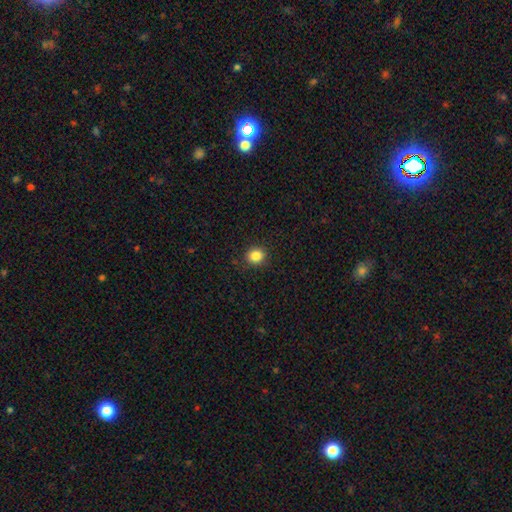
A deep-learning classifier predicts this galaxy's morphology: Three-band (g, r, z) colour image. It shows a smooth galaxy with no disk features (85%) that is round (83%). Merging: none (90%).